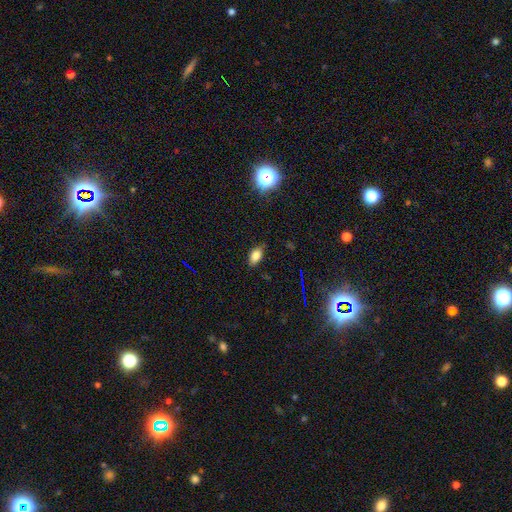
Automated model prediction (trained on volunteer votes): The model was most divided on "smooth or featured": smooth: 79%, star or artifact: 12%, featured or disk: 10%. More confident: how rounded — in between (89%); merging — none (81%).